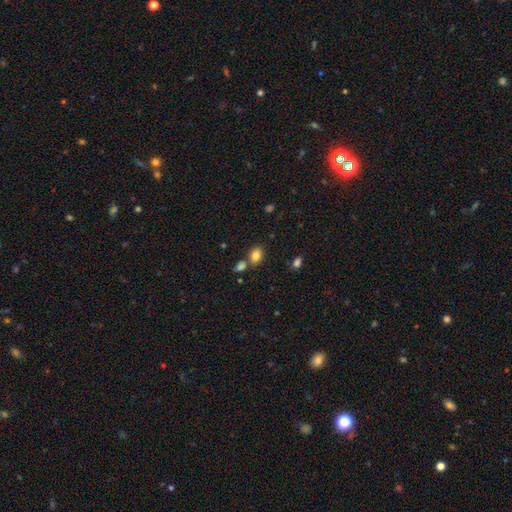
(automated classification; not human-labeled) Smooth or featured: smooth — 83% (star or artifact — 10%)
How rounded: in between — 66% (round — 33%)
Merging: none — 68% (merger — 17%)